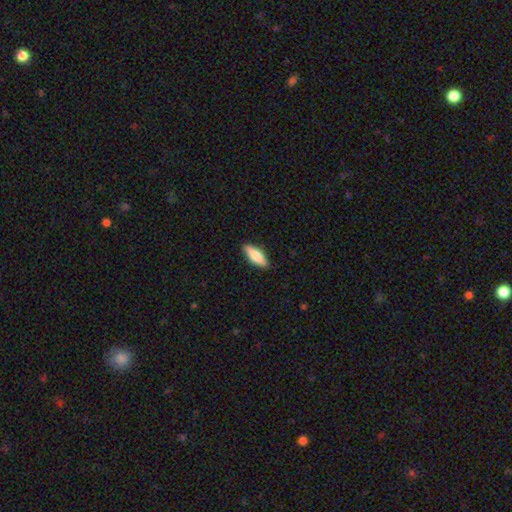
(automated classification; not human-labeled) smooth 75%, featured or disk 19%, star or artifact 6%. Down the decision tree: how rounded — in between (61%); merging — none (88%).